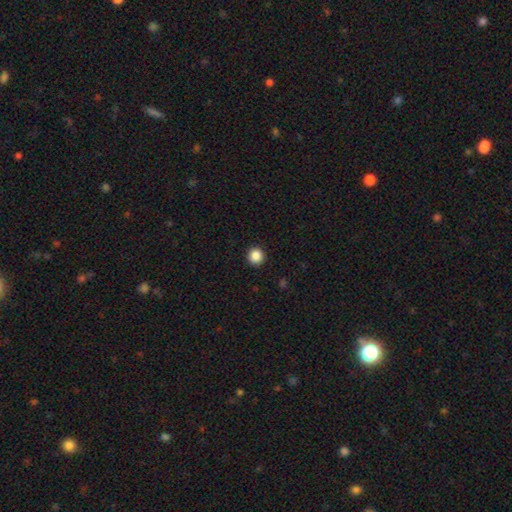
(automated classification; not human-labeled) smooth_or_featured: smooth (p=0.87) [alt: star or artifact p=0.10]
how_rounded: round (p=0.95) [alt: in between p=0.04]
merging: none (p=0.93) [alt: minor disturbance p=0.04]